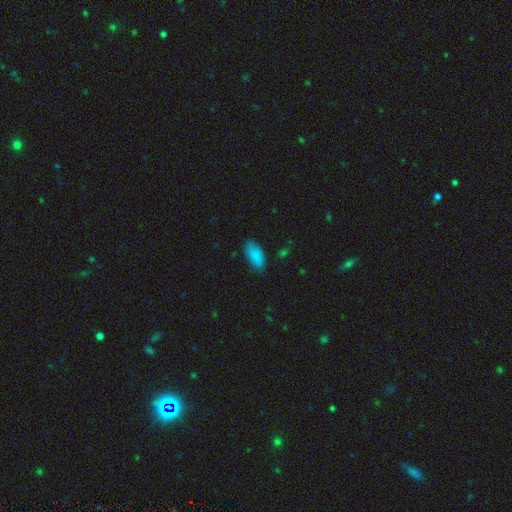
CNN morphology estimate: A smooth galaxy with no disk features (87%) that is in between round and cigar-shaped (91%).

Vote fractions:
- Smooth or featured? smooth: 87% / star or artifact: 7% / featured or disk: 5%
- How rounded? in between: 91% / cigar-shaped: 7% / round: 2%
- Merging? none: 77% / minor disturbance: 18% / major disturbance: 3% / merger: 1%